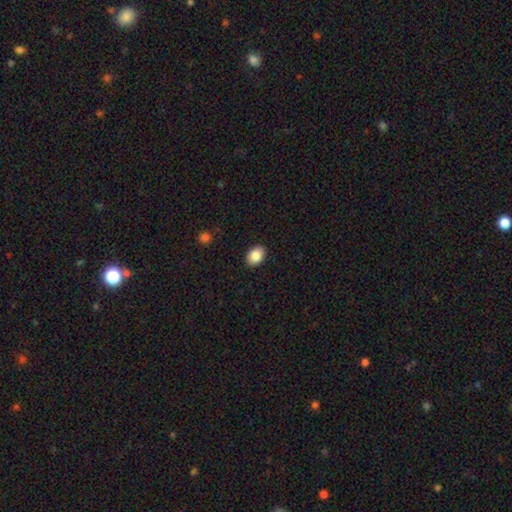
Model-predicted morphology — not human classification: Overall: smooth (86%). How rounded: in between (73%). Merging: none (90%).